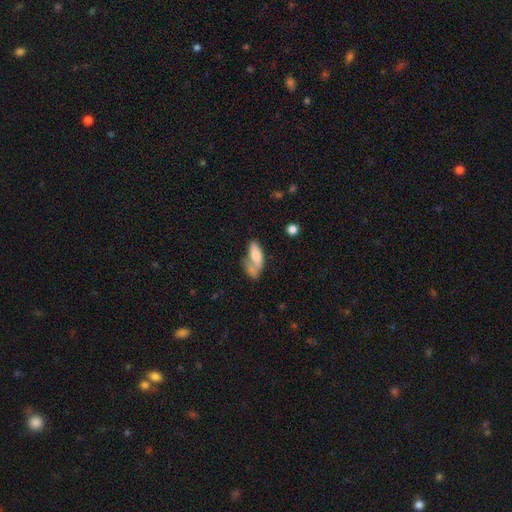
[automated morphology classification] A smooth galaxy with no disk features (69%) that is in between round and cigar-shaped (68%).

Vote fractions:
- Smooth or featured? smooth: 69% / featured or disk: 24% / star or artifact: 7%
- How rounded? in between: 68% / cigar-shaped: 29% / round: 3%
- Merging? none: 31% / merger: 28% / minor disturbance: 22% / major disturbance: 19%